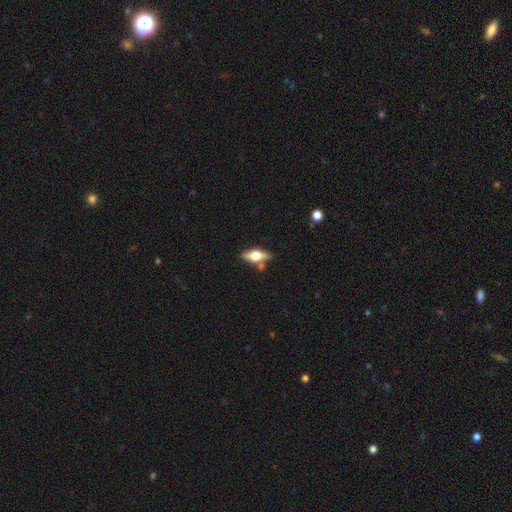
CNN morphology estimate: Smooth or featured? Predicted: featured or disk (p=0.47, tied with smooth). Merging? Predicted: none (p=0.73).